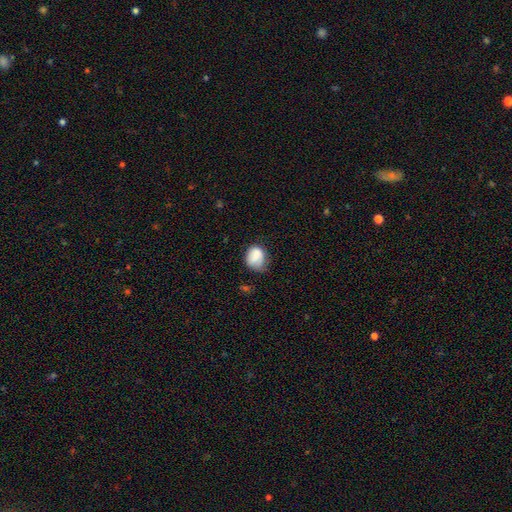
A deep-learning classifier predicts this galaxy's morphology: Overall: smooth (81%). How rounded: round (51%; in between 48%). Merging: none (50%; minor disturbance 36%).